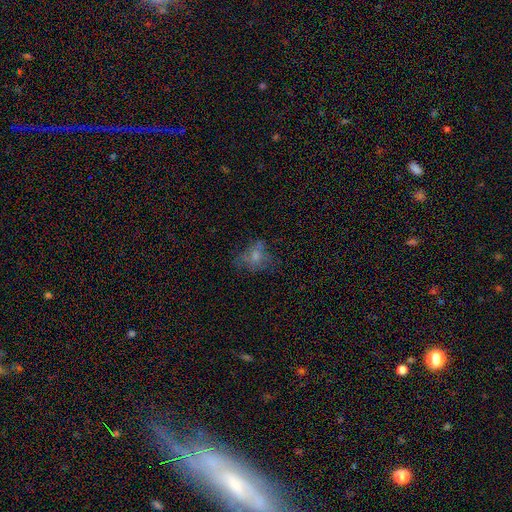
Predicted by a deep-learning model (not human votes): This is possibly a smooth galaxy (46%). Merging: possibly none (50%).